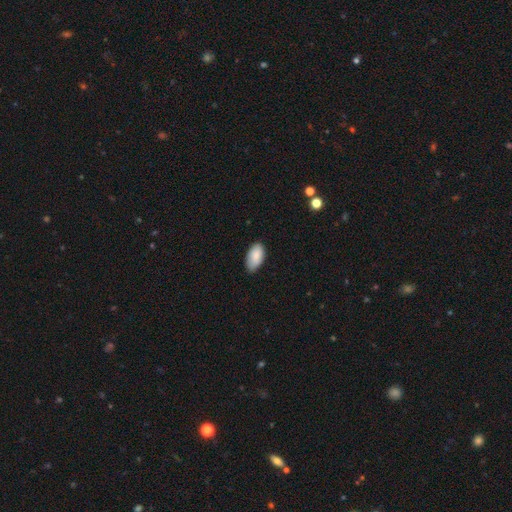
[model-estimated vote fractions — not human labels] This appears to be a smooth galaxy with no disk features (87%) that is in between round and cigar-shaped (95%). Merging: none (75%).